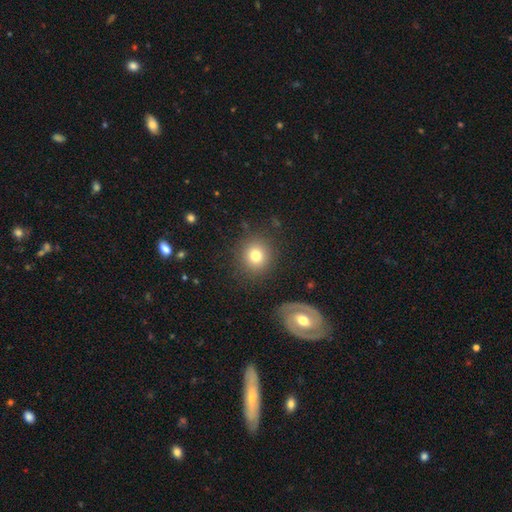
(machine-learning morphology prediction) Overall: smooth (79%). How rounded: round (88%). Merging: none (85%).